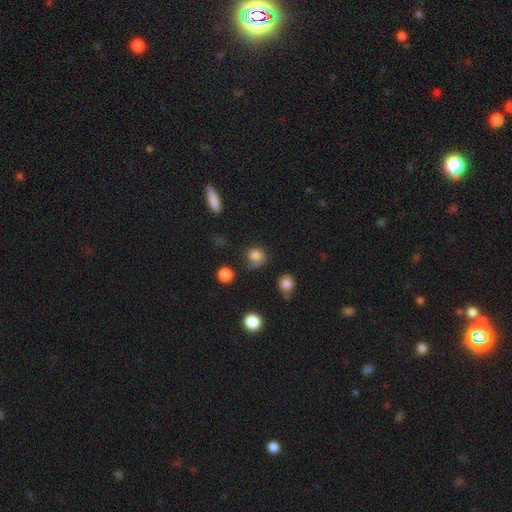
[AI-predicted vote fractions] This is clearly a smooth galaxy (81%). How rounded: likely round (78%). Merging: possibly none (54%).